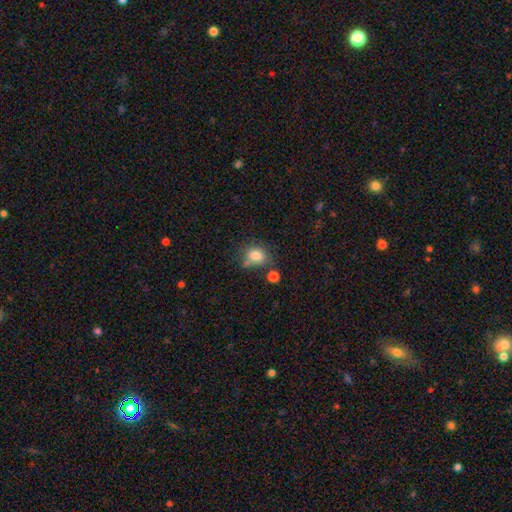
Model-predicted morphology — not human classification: This is clearly a smooth galaxy (81%). How rounded: possibly in between (55%). Merging: possibly none (54%).